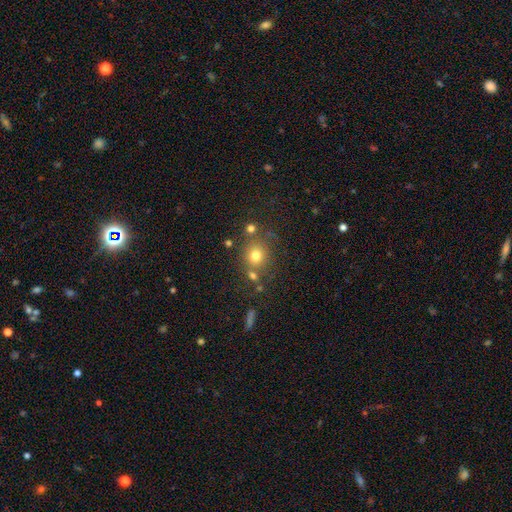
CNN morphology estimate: A smooth galaxy with no disk features (74%) that is round (85%). Merging: none (69%).